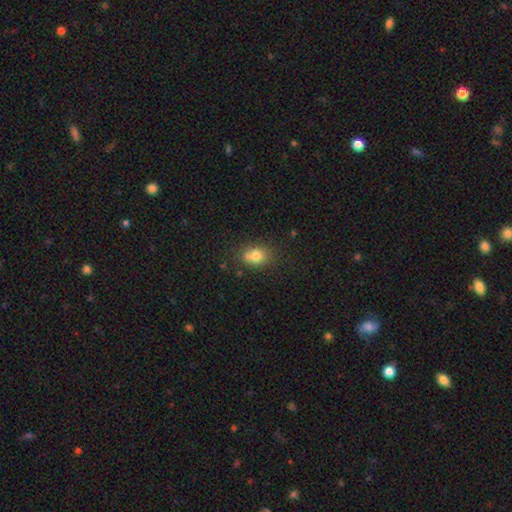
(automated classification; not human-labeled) Overall: smooth (75%). How rounded: round (57%; in between 42%). Merging: none (55%; merger 26%).